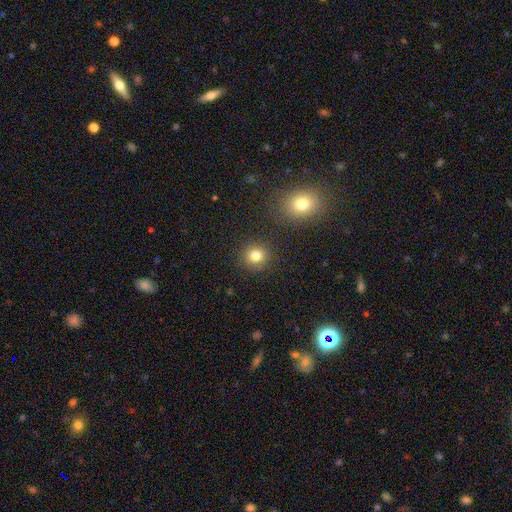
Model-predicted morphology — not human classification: A smooth galaxy with no disk features (80%) that is round (89%).

Vote fractions:
- Smooth or featured? smooth: 80% / star or artifact: 13% / featured or disk: 6%
- How rounded? round: 89% / in between: 10% / cigar-shaped: 1%
- Merging? none: 88% / minor disturbance: 7% / merger: 3% / major disturbance: 3%